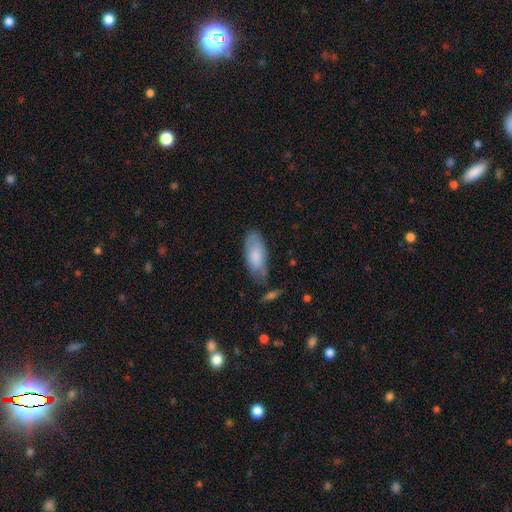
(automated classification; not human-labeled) A smooth galaxy with no disk features (80%) that is in between round and cigar-shaped (83%).

Vote fractions:
- Smooth or featured? smooth: 80% / featured or disk: 14% / star or artifact: 6%
- How rounded? in between: 83% / cigar-shaped: 15% / round: 2%
- Merging? none: 65% / minor disturbance: 24% / major disturbance: 6% / merger: 4%